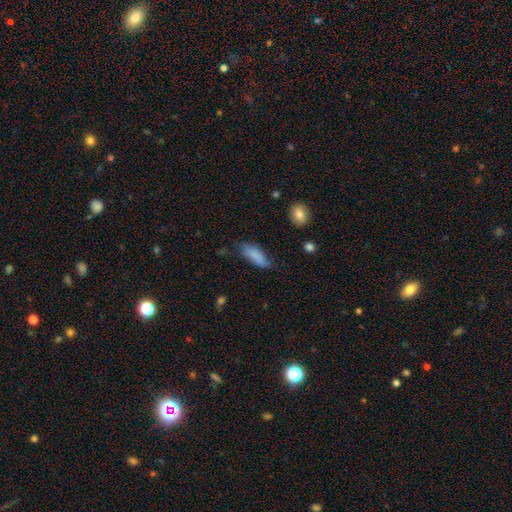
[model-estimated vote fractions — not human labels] Smooth or featured?
  - smooth: 84% *
  - featured or disk: 9%
  - star or artifact: 7%
How rounded?
  - in between: 62% *
  - cigar-shaped: 36%
  - round: 2%
Merging?
  - none: 63% *
  - minor disturbance: 27%
  - major disturbance: 7%
  - merger: 2%